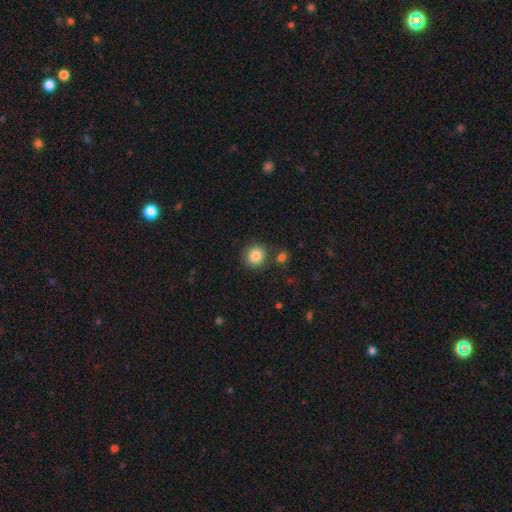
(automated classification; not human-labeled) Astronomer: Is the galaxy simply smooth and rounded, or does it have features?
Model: smooth — 86%.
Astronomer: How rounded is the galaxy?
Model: round — 88%.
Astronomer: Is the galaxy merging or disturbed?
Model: none — 81%.